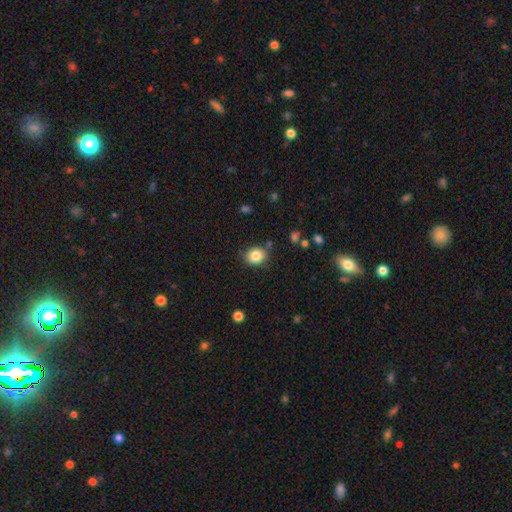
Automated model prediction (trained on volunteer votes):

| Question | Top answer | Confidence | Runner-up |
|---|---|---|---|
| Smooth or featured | smooth | 84% | star or artifact (10%) |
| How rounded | round | 70% | in between (30%) |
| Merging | none | 82% | minor disturbance (11%) |